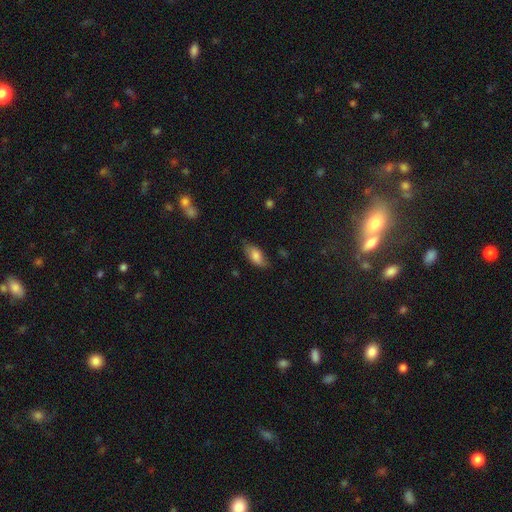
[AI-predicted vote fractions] Smooth or featured? smooth (76%)
How rounded? in between (89%)
Merging? none (73%)